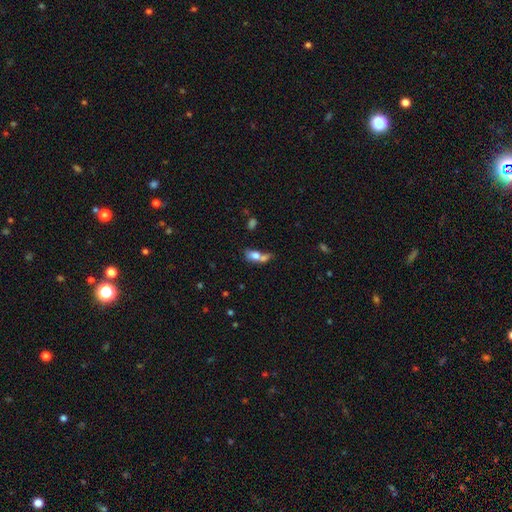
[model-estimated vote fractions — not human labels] A smooth galaxy with no disk features (71%) that is in between round and cigar-shaped (74%).

Vote fractions:
- Smooth or featured? smooth: 71% / featured or disk: 19% / star or artifact: 10%
- How rounded? in between: 74% / round: 13% / cigar-shaped: 12%
- Merging? merger: 54% / none: 23% / minor disturbance: 12% / major disturbance: 11%